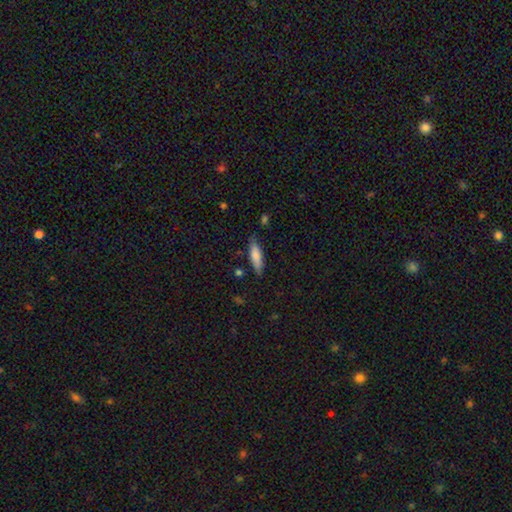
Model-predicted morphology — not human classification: This is likely a smooth galaxy (78%). How rounded: likely cigar-shaped (64%). Merging: likely none (78%).